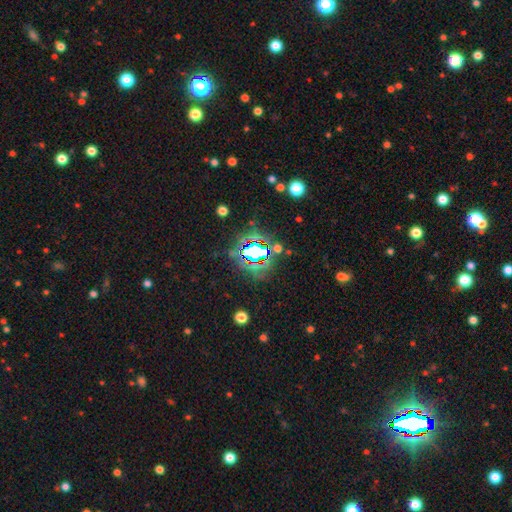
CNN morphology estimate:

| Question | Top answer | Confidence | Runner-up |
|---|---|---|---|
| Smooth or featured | star or artifact | 67% | smooth (21%) |